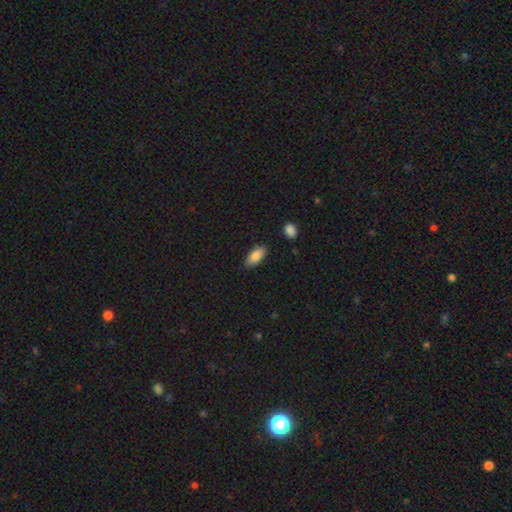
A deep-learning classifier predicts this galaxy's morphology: This appears to be a smooth galaxy with no disk features (85%) that is in between round and cigar-shaped (88%). Merging: none (85%).